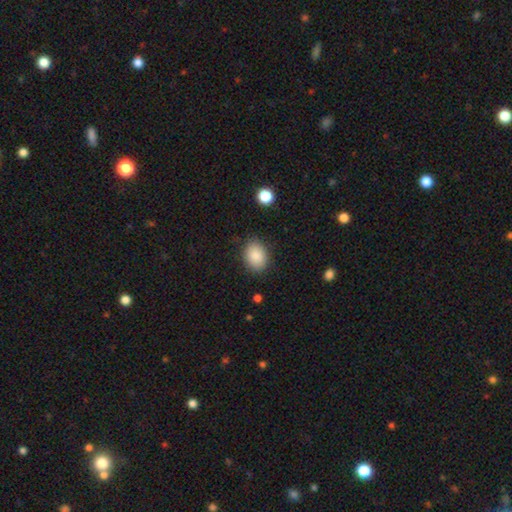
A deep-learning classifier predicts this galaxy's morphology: Smooth or featured?
  - smooth: 87% *
  - star or artifact: 8%
  - featured or disk: 5%
How rounded?
  - in between: 71% *
  - round: 28%
  - cigar-shaped: 1%
Merging?
  - none: 84% *
  - minor disturbance: 11%
  - major disturbance: 3%
  - merger: 1%